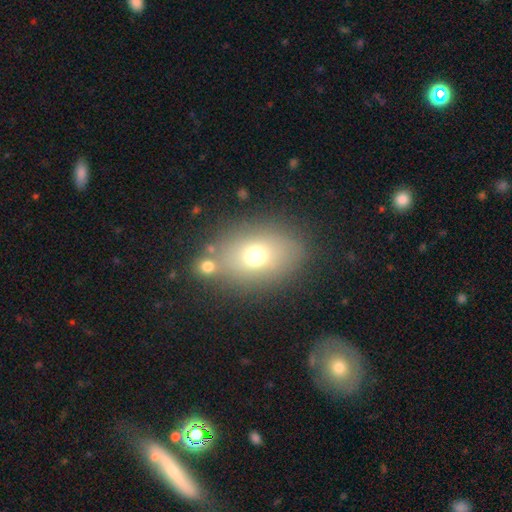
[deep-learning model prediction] Overall: smooth (69%). How rounded: in between (63%; round 35%). Merging: none (64%).